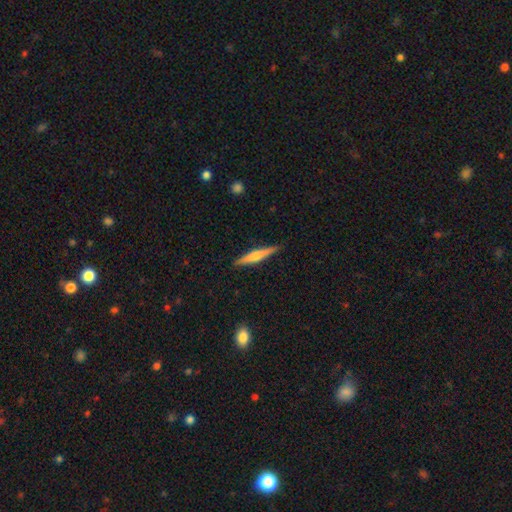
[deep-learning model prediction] A featured or disk galaxy (60%) viewed edge-on (97%) with a rounded central bulge (83%). Merging: none (89%).